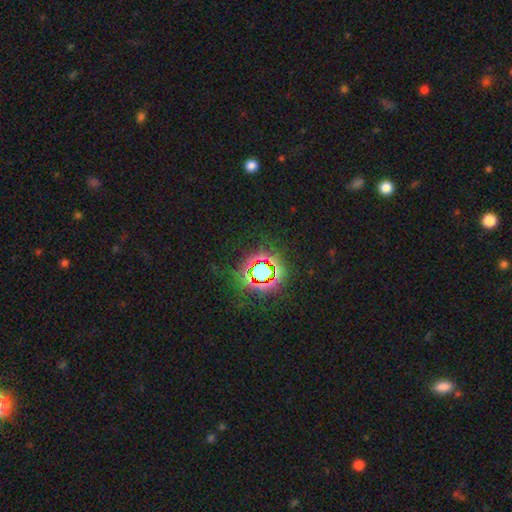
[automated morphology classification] type=star or artifact (79%).